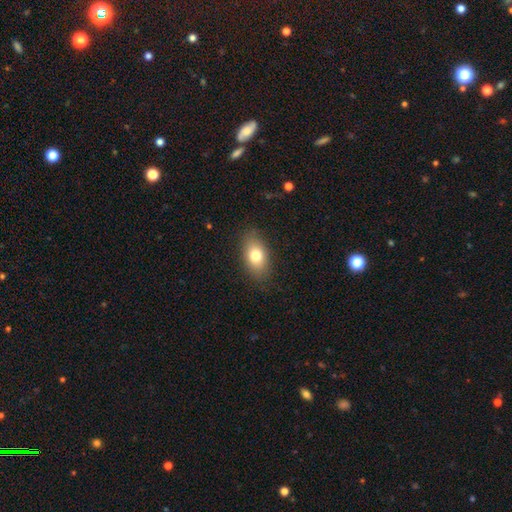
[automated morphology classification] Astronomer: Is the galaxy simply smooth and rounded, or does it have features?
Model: smooth — 78%.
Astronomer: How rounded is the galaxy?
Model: in between — 88%.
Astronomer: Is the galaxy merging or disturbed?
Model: none — 84%.